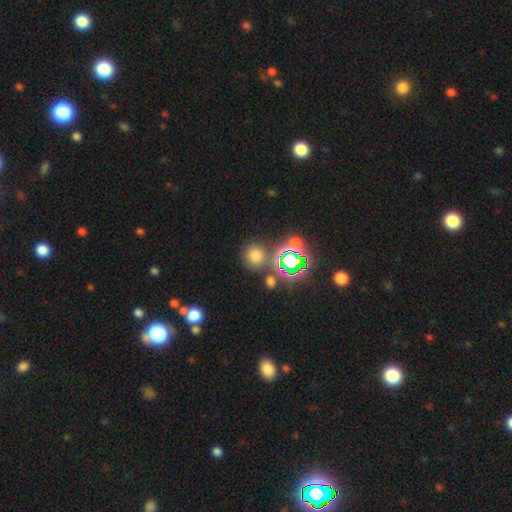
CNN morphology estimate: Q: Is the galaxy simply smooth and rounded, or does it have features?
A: smooth — 64%.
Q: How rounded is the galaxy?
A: round — 89%.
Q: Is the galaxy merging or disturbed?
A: none — 77%.